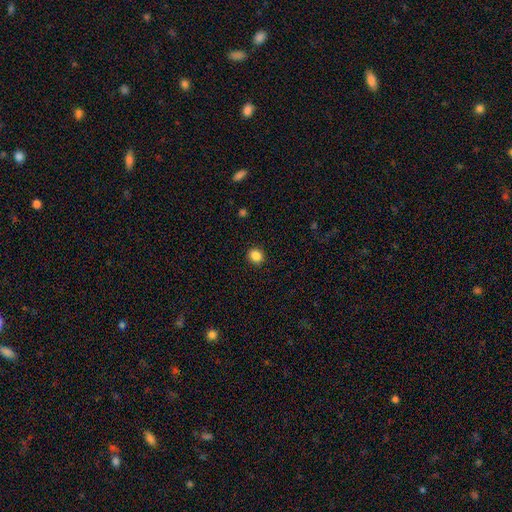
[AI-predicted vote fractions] smooth_or_featured: smooth (p=0.87) [alt: star or artifact p=0.10]
how_rounded: round (p=0.73) [alt: in between p=0.26]
merging: none (p=0.91) [alt: minor disturbance p=0.06]